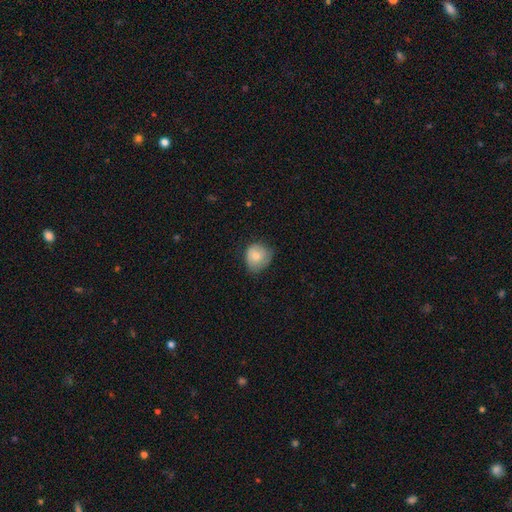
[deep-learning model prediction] smooth-or-featured: smooth: 70% | featured or disk: 23% | star or artifact: 7%
  how-rounded: round: 73% | in between: 26% | cigar-shaped: 1%
  merging: none: 55% | minor disturbance: 34% | major disturbance: 10% | merger: 1%